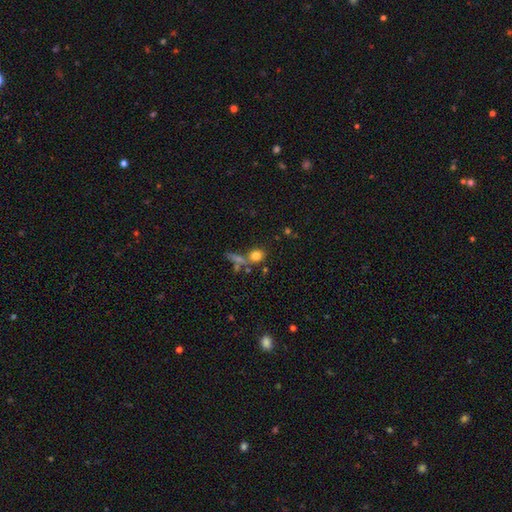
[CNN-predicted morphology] Smooth or featured? smooth (76%)
How rounded? round (61%)
Merging? none (53%)